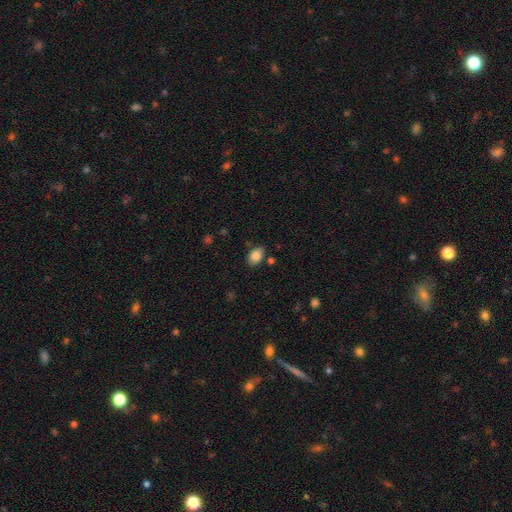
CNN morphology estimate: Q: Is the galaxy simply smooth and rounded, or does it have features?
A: smooth — 86%.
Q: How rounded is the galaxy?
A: in between — 86%.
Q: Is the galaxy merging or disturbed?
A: none — 79%.